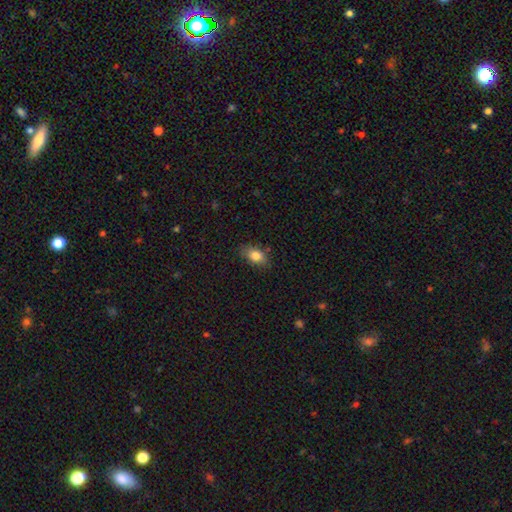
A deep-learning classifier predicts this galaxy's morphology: A smooth galaxy with no disk features (83%) that is in between round and cigar-shaped (84%). Merging: none (78%).